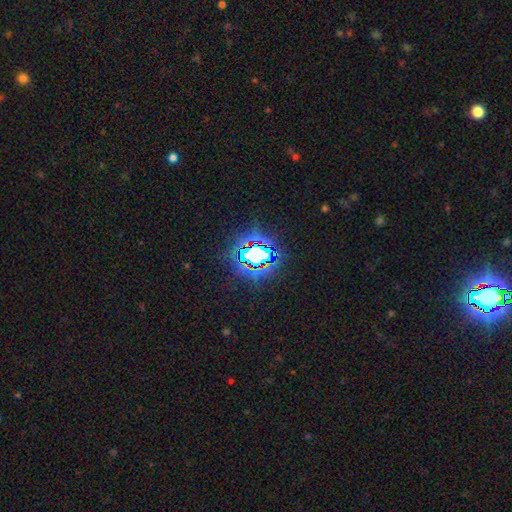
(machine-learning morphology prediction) star or artifact 72%, smooth 16%, featured or disk 12%.